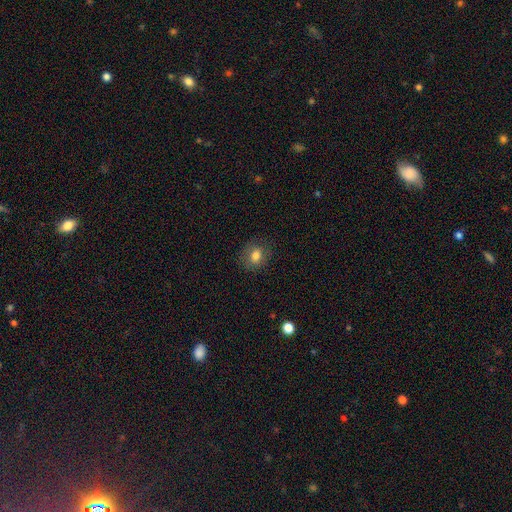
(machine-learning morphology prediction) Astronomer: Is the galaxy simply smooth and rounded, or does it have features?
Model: smooth — 78%.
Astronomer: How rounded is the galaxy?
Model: round — 61% (runner-up: in between, 38%).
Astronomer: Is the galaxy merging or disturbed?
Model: none — 83%.